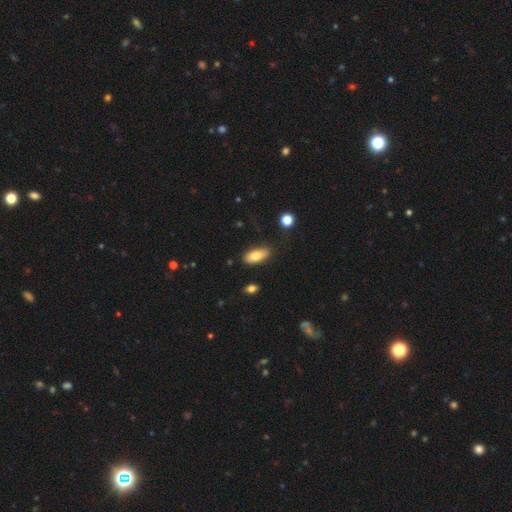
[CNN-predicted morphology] A smooth galaxy with no disk features (81%) that is in between round and cigar-shaped (88%). Merging: none (80%).